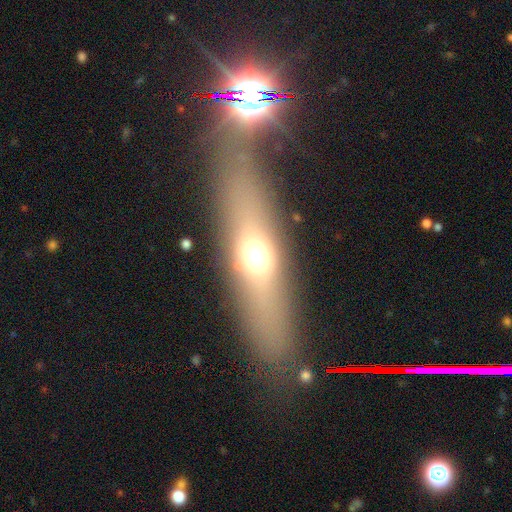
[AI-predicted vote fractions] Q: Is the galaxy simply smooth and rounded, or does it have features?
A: smooth — 46%.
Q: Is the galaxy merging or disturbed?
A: none — 78%.